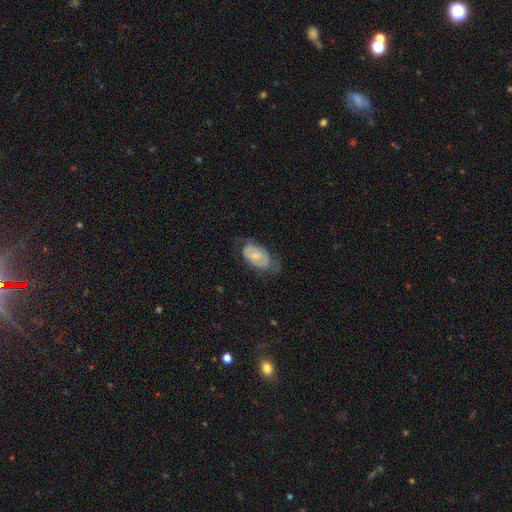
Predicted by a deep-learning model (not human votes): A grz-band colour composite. It shows a featured or disk galaxy (53%). Merging: none (54%).